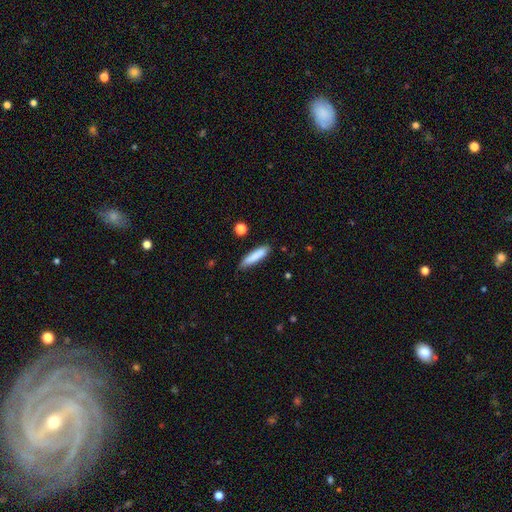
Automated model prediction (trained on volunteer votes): Q: Smooth or featured?
A: smooth (84%); runner-up: featured or disk (10%)
Q: How rounded?
A: cigar-shaped (79%); runner-up: in between (20%)
Q: Merging?
A: none (82%); runner-up: minor disturbance (14%)